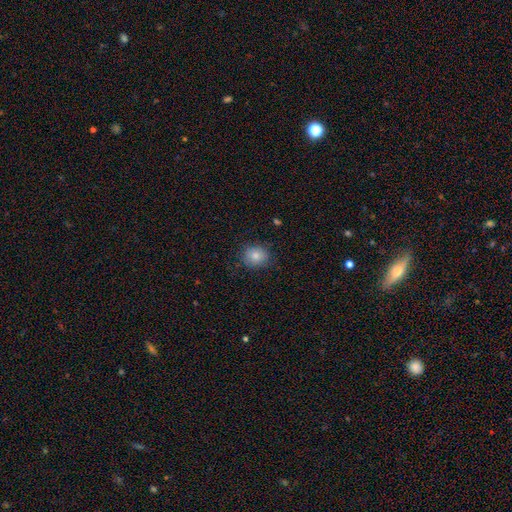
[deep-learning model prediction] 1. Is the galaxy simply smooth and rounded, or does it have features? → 82% smooth, 9% star or artifact, 9% featured or disk.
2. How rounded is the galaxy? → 70% round, 29% in between, 1% cigar-shaped.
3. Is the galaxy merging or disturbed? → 82% none, 14% minor disturbance, 3% major disturbance, 1% merger.